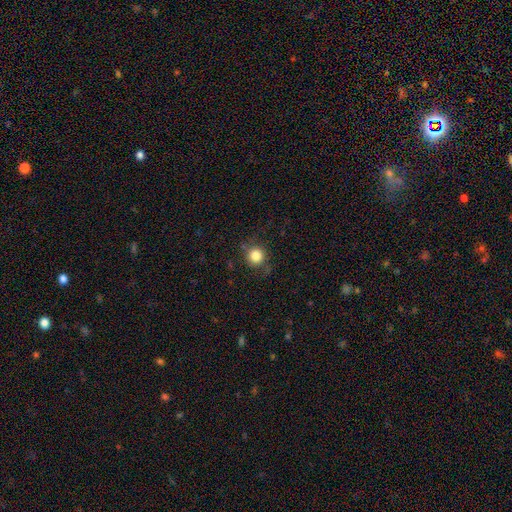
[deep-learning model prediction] smooth-or-featured: smooth: 83% | star or artifact: 12% | featured or disk: 6%
  how-rounded: round: 93% | in between: 7% | cigar-shaped: 1%
  merging: none: 83% | minor disturbance: 12% | major disturbance: 4% | merger: 2%